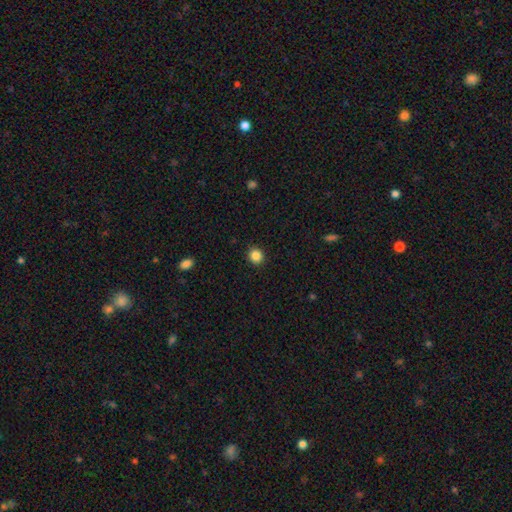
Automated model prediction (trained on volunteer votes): This appears to be a smooth galaxy with no disk features (85%) that is round (87%). Merging: none (92%).